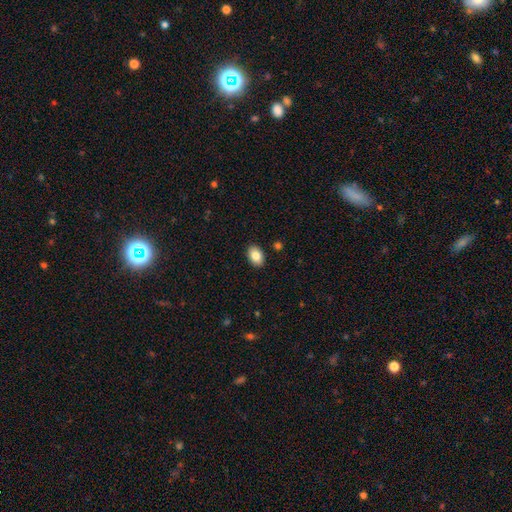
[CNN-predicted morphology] smooth_or_featured: smooth (p=0.84) [alt: featured or disk p=0.08]
how_rounded: in between (p=0.86) [alt: round p=0.13]
merging: none (p=0.89) [alt: minor disturbance p=0.07]